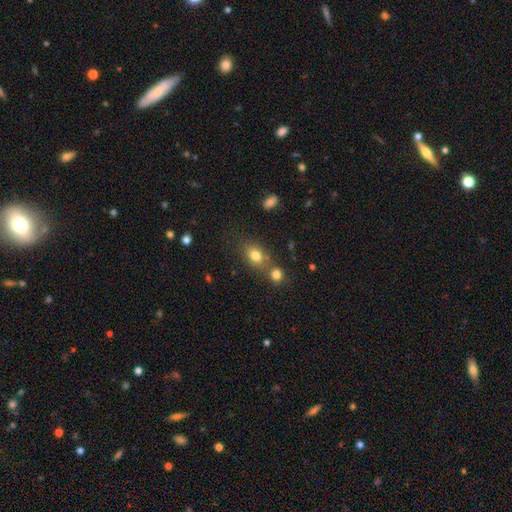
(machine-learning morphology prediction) smooth-or-featured: smooth: 78% | star or artifact: 12% | featured or disk: 10%
  how-rounded: in between: 64% | round: 33% | cigar-shaped: 2%
  merging: none: 53% | merger: 31% | minor disturbance: 12% | major disturbance: 4%